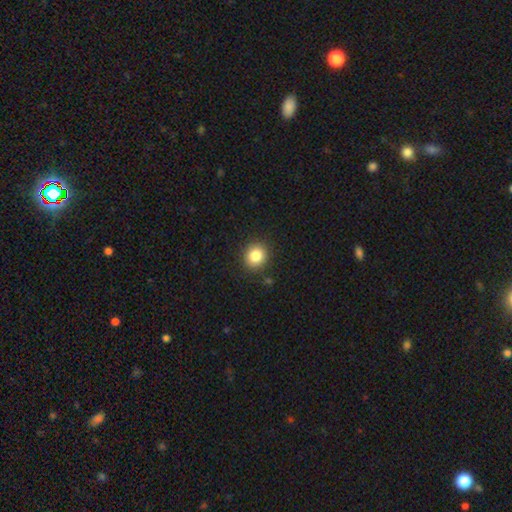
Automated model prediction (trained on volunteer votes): A smooth galaxy with no disk features (84%) that is round (84%).

Vote fractions:
- Smooth or featured? smooth: 84% / star or artifact: 10% / featured or disk: 6%
- How rounded? round: 84% / in between: 15% / cigar-shaped: 1%
- Merging? none: 89% / minor disturbance: 8% / major disturbance: 2% / merger: 2%